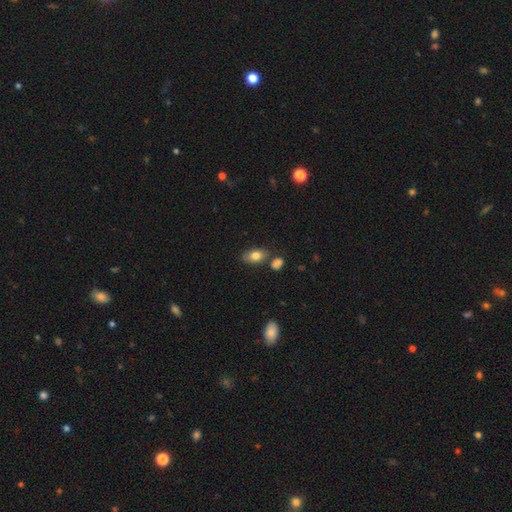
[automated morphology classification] A smooth galaxy with no disk features (80%) that is in between round and cigar-shaped (89%).

Vote fractions:
- Smooth or featured? smooth: 80% / featured or disk: 12% / star or artifact: 8%
- How rounded? in between: 89% / round: 9% / cigar-shaped: 2%
- Merging? none: 71% / minor disturbance: 15% / merger: 11% / major disturbance: 3%